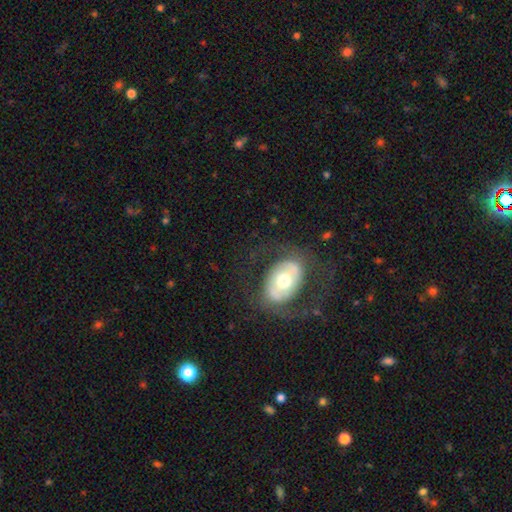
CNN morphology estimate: A featured or disk galaxy (55%) with no bar (62%), no spiral arms (56%) and a moderate central bulge (59%).

Vote fractions:
- Smooth or featured? featured or disk: 55% / smooth: 32% / star or artifact: 13%
- Edge-on disk? no: 91% / yes: 9%
- Bar? no: 62% / weak: 21% / strong: 17%
- Spiral arms? no: 56% / yes: 44%
- Bulge size? moderate: 59% / small: 19% / large: 16% / dominant: 4% / none: 2%
- Merging? none: 76% / major disturbance: 11% / minor disturbance: 11% / merger: 2%